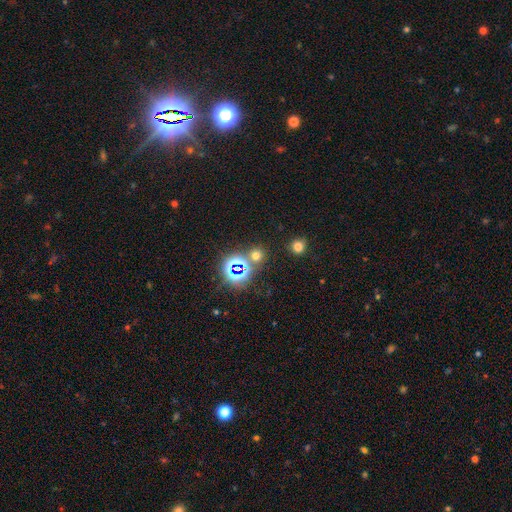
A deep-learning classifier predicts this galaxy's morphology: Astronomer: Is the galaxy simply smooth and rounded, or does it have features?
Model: smooth — 54% (runner-up: star or artifact, 40%).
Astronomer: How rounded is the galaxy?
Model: round — 87%.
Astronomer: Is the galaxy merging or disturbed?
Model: none — 77%.